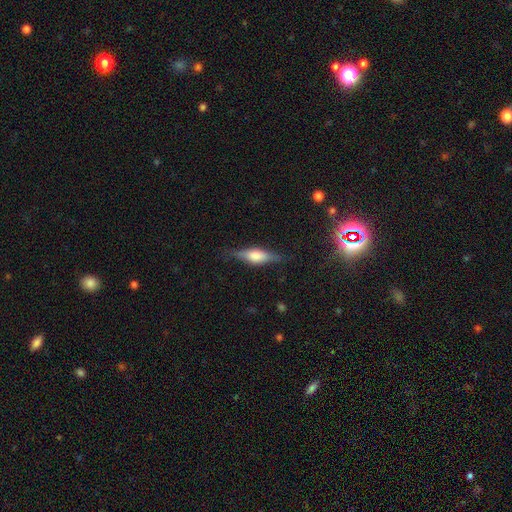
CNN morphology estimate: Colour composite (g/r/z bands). It shows a featured or disk galaxy (50%). Merging: none (79%).